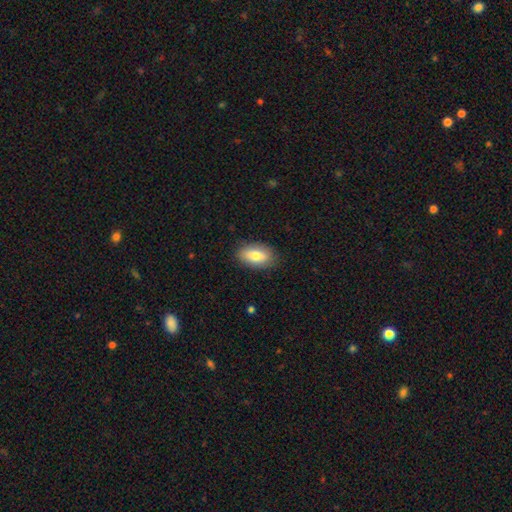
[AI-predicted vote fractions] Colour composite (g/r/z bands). It shows a smooth galaxy with no disk features (78%) that is in between round and cigar-shaped (90%). Merging: none (86%).